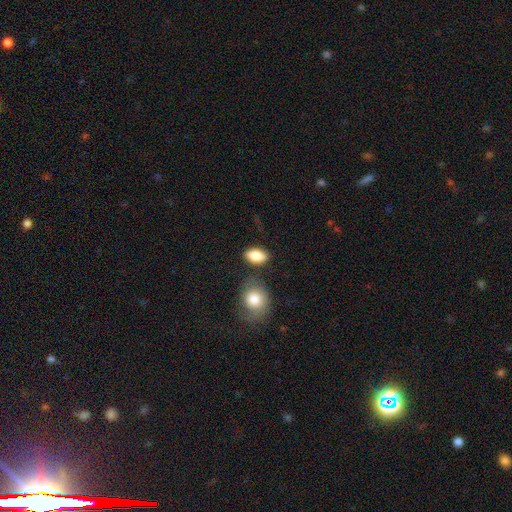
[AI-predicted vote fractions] Smooth or featured?
  - smooth: 84% *
  - featured or disk: 8%
  - star or artifact: 7%
How rounded?
  - in between: 88% *
  - round: 10%
  - cigar-shaped: 2%
Merging?
  - none: 72% *
  - minor disturbance: 14%
  - merger: 10%
  - major disturbance: 4%